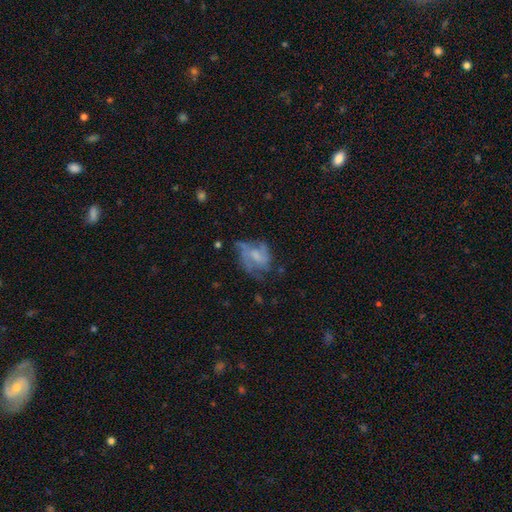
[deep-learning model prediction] Morphology: type=featured or disk (62%); edge-on=no (97%); bar=no (54%); spiral arms=yes (67%); bulge=none (32%); merging=none (41%).